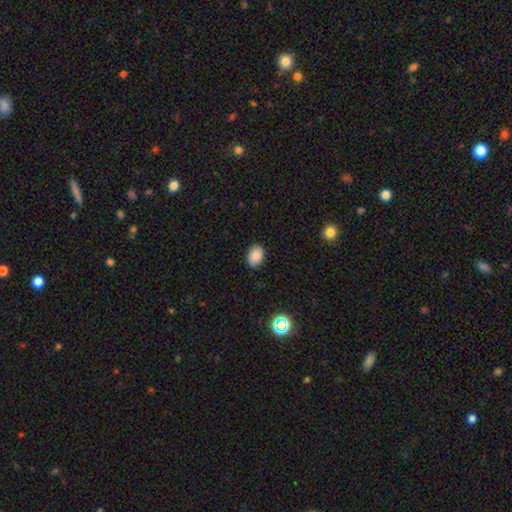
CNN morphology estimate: smooth_or_featured: smooth (p=0.86) [alt: star or artifact p=0.09]
how_rounded: in between (p=0.78) [alt: round p=0.21]
merging: none (p=0.84) [alt: minor disturbance p=0.13]